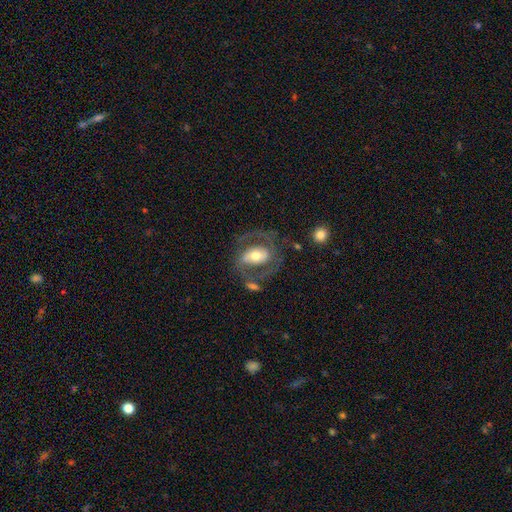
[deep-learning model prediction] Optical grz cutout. It shows a featured or disk galaxy (72%) with no bar (39%), 2 (82%) medium (51%) spiral arms (77%) and a moderate central bulge (66%). Merging: none (57%).